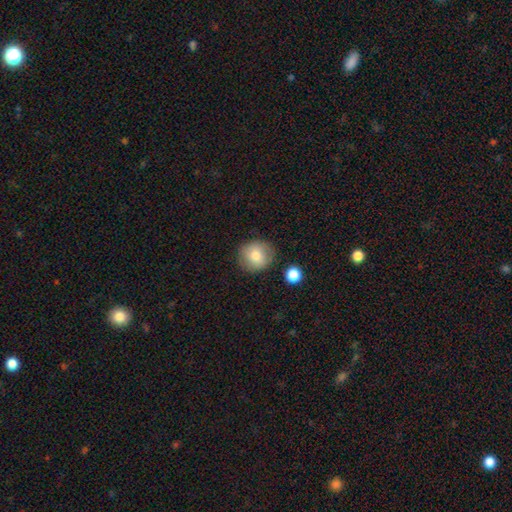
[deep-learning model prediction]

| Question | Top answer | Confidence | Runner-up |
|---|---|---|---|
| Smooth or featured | smooth | 78% | featured or disk (13%) |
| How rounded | round | 87% | in between (12%) |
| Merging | none | 82% | minor disturbance (12%) |